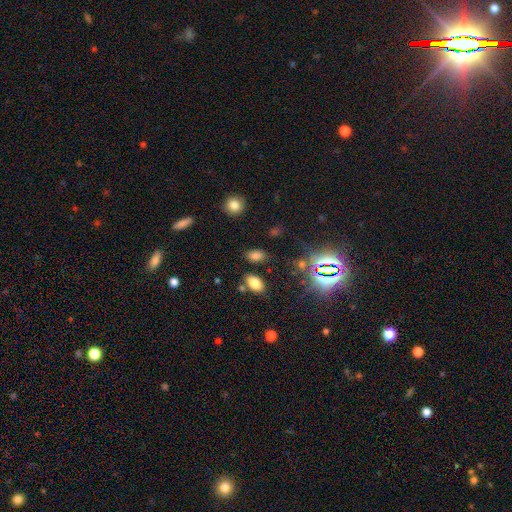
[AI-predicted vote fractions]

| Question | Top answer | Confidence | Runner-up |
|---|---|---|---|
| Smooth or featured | smooth | 69% | star or artifact (23%) |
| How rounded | in between | 90% | round (7%) |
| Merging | none | 79% | minor disturbance (11%) |